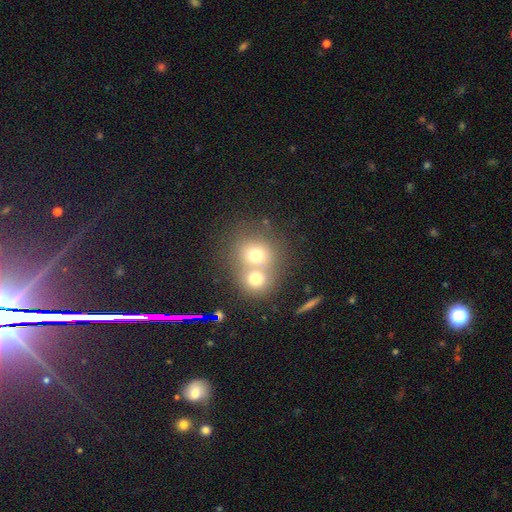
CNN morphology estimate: The model was most divided on "merging": merger: 59%, none: 33%, minor disturbance: 5%, major disturbance: 3%. More confident: how rounded — round (80%); smooth or featured — smooth (67%).